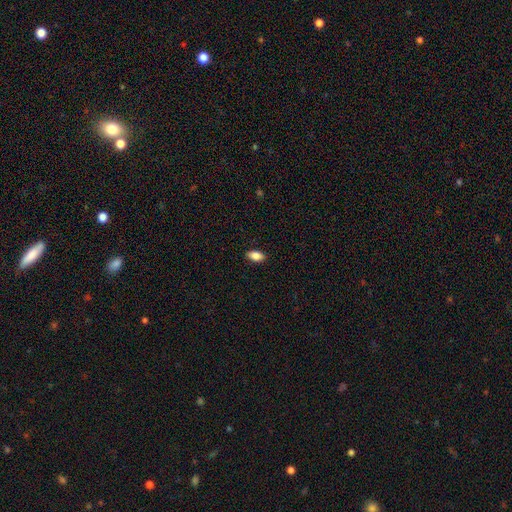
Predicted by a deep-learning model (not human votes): Smooth or featured? Predicted: smooth (p=0.86). How rounded? Predicted: in between (p=0.90). Merging? Predicted: none (p=0.89).